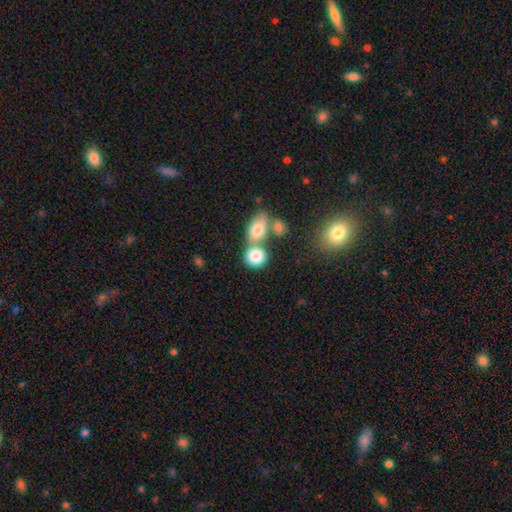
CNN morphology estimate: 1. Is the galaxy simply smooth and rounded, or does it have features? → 82% smooth, 10% featured or disk, 9% star or artifact.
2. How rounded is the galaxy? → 72% round, 26% in between, 2% cigar-shaped.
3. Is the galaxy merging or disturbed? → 45% none, 41% merger, 9% minor disturbance, 4% major disturbance.